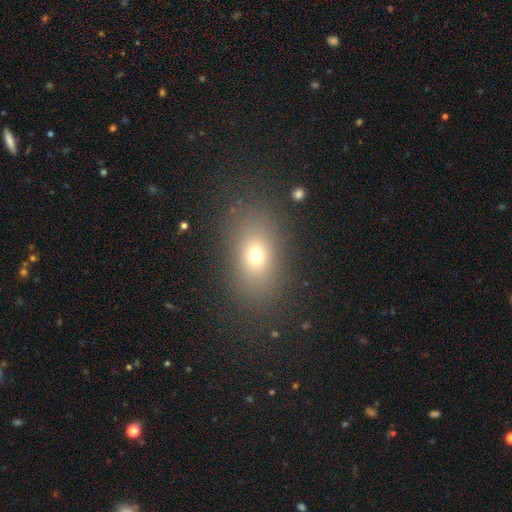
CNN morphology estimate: Q: Smooth or featured?
A: smooth (69%); runner-up: star or artifact (17%)
Q: How rounded?
A: in between (75%); runner-up: round (22%)
Q: Merging?
A: none (83%); runner-up: minor disturbance (10%)